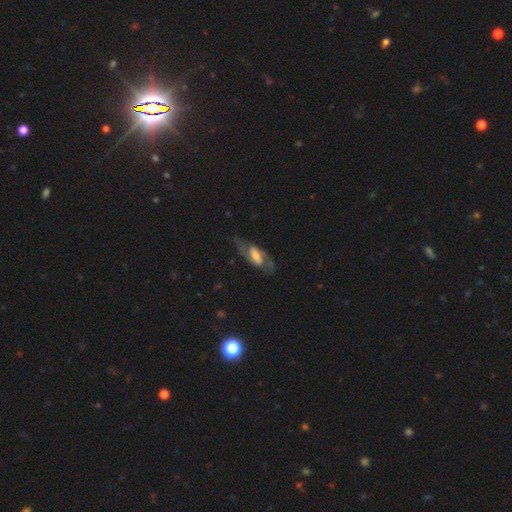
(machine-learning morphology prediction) Q: Smooth or featured?
A: featured or disk (80%); runner-up: smooth (14%)
Q: Edge-on disk?
A: no (93%); runner-up: yes (7%)
Q: Bar?
A: weak (44%); runner-up: strong (37%)
Q: Spiral arms?
A: yes (93%); runner-up: no (7%)
Q: Spiral winding?
A: medium (53%); runner-up: loose (27%)
Q: Spiral arm count?
A: 2 (90%); runner-up: can't tell (4%)
Q: Bulge size?
A: moderate (40%); runner-up: small (28%)
Q: Merging?
A: none (73%); runner-up: minor disturbance (16%)